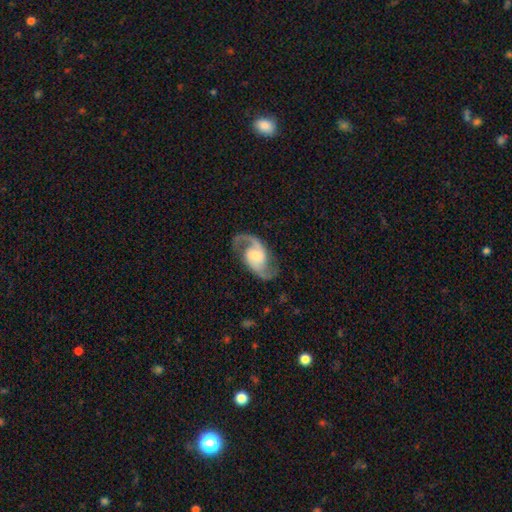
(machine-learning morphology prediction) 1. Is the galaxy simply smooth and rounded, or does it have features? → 91% featured or disk, 5% smooth, 4% star or artifact.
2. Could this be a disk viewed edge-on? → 98% no, 2% yes.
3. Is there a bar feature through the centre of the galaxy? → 44% weak, 42% no, 14% strong.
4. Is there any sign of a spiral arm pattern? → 98% yes, 2% no.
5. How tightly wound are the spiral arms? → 53% medium, 36% loose, 11% tight.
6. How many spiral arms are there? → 93% 2, 2% 1, 2% can't tell, 1% 3, 1% 4, 1% more than 4.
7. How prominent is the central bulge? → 41% moderate, 39% small, 11% large, 6% none, 2% dominant.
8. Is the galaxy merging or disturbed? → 80% none, 12% minor disturbance, 7% major disturbance, 1% merger.